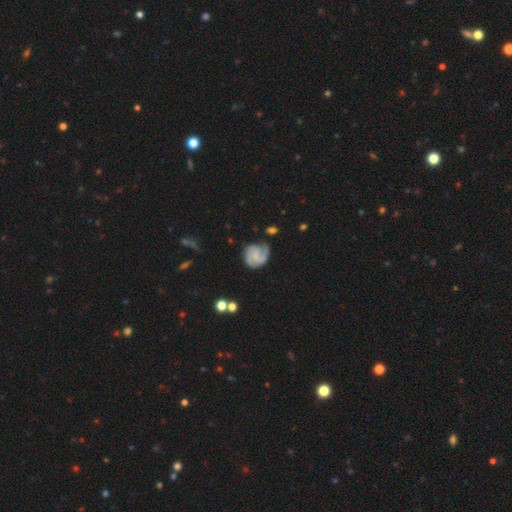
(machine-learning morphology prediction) Smooth or featured: featured or disk — 77% (smooth — 17%)
Edge-on disk: no — 98% (yes — 2%)
Bar: no — 63% (weak — 31%)
Spiral arms: yes — 96% (no — 4%)
Spiral winding: tight — 45% (medium — 41%)
Spiral arm count: 2 — 38% (3 — 35%)
Bulge size: small — 43% (none — 42%)
Merging: none — 64% (minor disturbance — 22%)